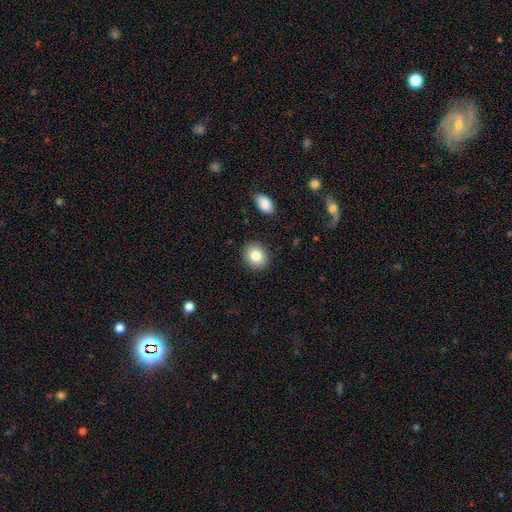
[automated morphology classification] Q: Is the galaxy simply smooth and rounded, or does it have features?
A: smooth — 83%.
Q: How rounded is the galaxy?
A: round — 65%.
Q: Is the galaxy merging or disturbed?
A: none — 89%.